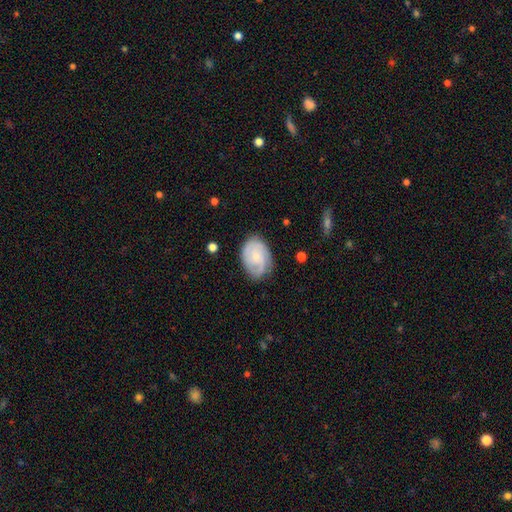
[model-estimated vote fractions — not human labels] smooth_or_featured: featured or disk (p=0.64) [alt: smooth p=0.30]
disk_edge_on: no (p=0.97) [alt: yes p=0.03]
bar: no (p=0.70) [alt: weak p=0.27]
has_spiral_arms: yes (p=0.91) [alt: no p=0.09]
spiral_winding: tight (p=0.50) [alt: medium p=0.38]
spiral_arm_count: 2 (p=0.40) [alt: can't tell p=0.27]
bulge_size: small (p=0.67) [alt: moderate p=0.23]
merging: none (p=0.72) [alt: minor disturbance p=0.21]